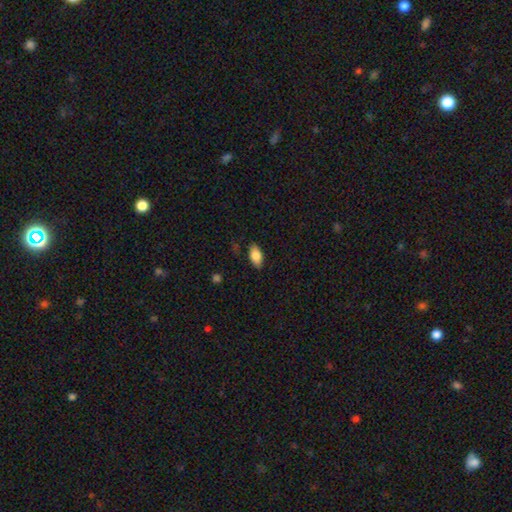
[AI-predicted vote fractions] Overall: smooth (84%). How rounded: in between (92%). Merging: none (85%).